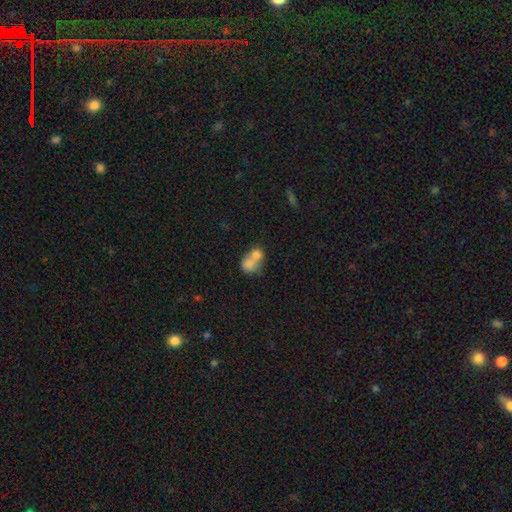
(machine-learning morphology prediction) The model was most divided on "how rounded": round: 57%, in between: 41%, cigar-shaped: 1%. More confident: smooth or featured — smooth (74%); merging — merger (72%).